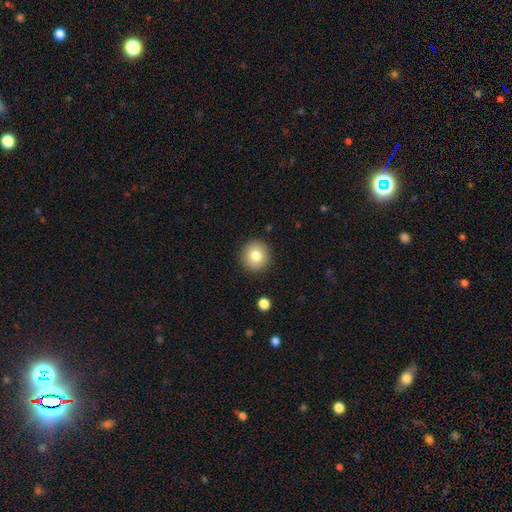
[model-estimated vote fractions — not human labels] Smooth or featured: smooth — 80% (featured or disk — 11%)
How rounded: round — 94% (in between — 5%)
Merging: none — 91% (minor disturbance — 6%)